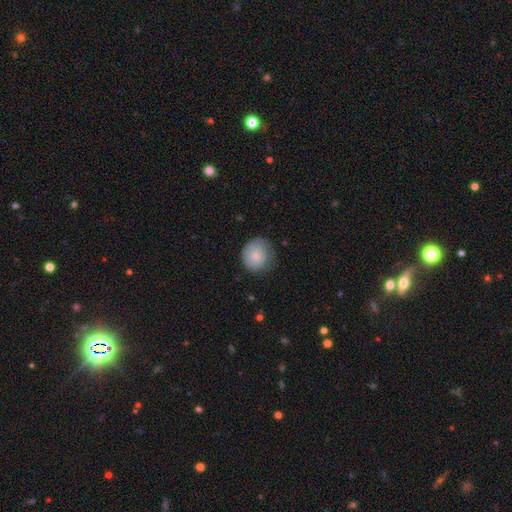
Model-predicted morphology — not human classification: Smooth or featured? smooth (81%)
How rounded? round (85%)
Merging? none (69%)